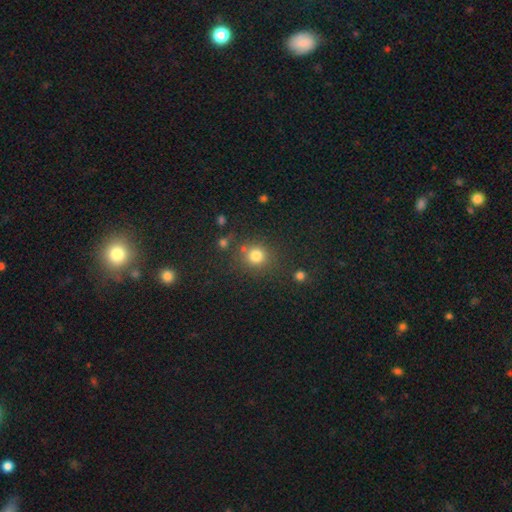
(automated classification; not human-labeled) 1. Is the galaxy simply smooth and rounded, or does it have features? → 79% smooth, 15% star or artifact, 6% featured or disk.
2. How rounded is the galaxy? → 89% round, 10% in between, 1% cigar-shaped.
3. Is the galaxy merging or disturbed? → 78% none, 10% minor disturbance, 7% merger, 5% major disturbance.